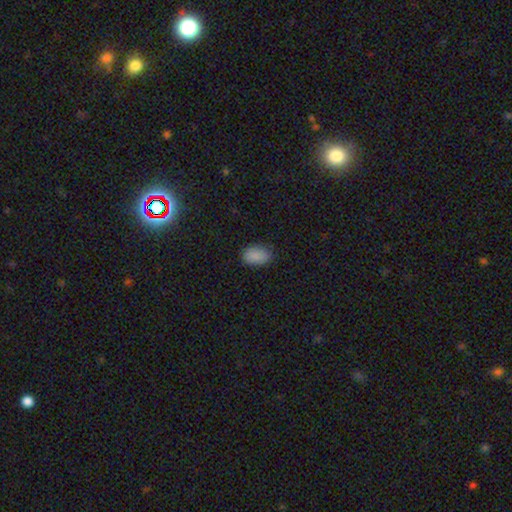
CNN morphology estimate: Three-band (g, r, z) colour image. It shows a smooth galaxy with no disk features (87%) that is in between round and cigar-shaped (88%). Merging: none (79%).